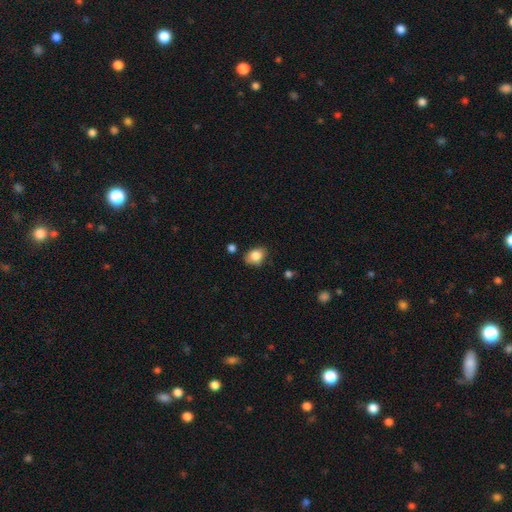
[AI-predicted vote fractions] A smooth galaxy with no disk features (84%) that is in between round and cigar-shaped (65%).

Vote fractions:
- Smooth or featured? smooth: 84% / star or artifact: 9% / featured or disk: 7%
- How rounded? in between: 65% / round: 34% / cigar-shaped: 1%
- Merging? none: 70% / minor disturbance: 22% / major disturbance: 4% / merger: 4%